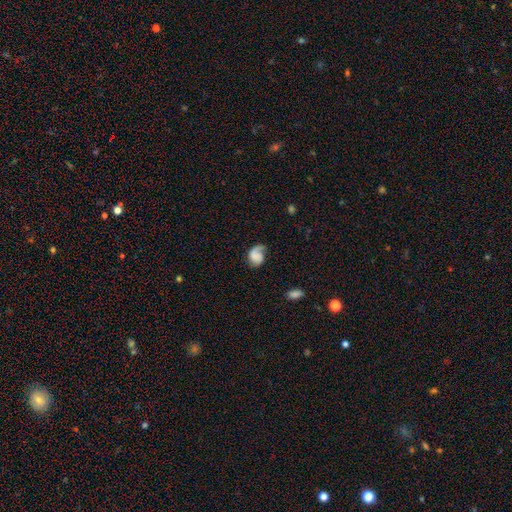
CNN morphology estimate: smooth_or_featured: featured or disk (p=0.53) [alt: smooth p=0.39]
disk_edge_on: no (p=0.98) [alt: yes p=0.02]
bar: no (p=0.68) [alt: weak p=0.26]
has_spiral_arms: yes (p=0.90) [alt: no p=0.10]
bulge_size: none (p=0.52) [alt: small p=0.20]
merging: none (p=0.45) [alt: major disturbance p=0.27]